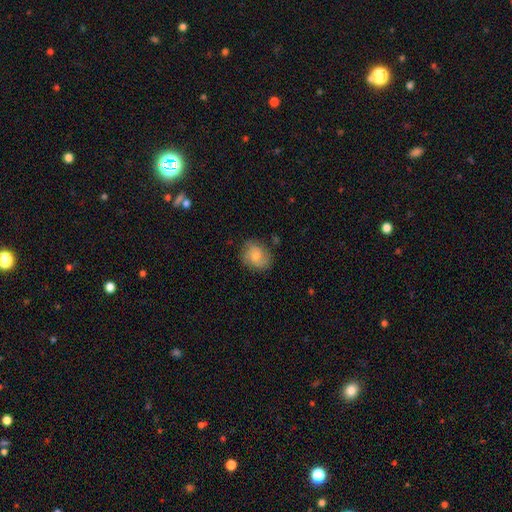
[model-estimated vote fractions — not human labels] Smooth or featured? smooth (58%)
How rounded? round (57%)
Merging? none (73%)